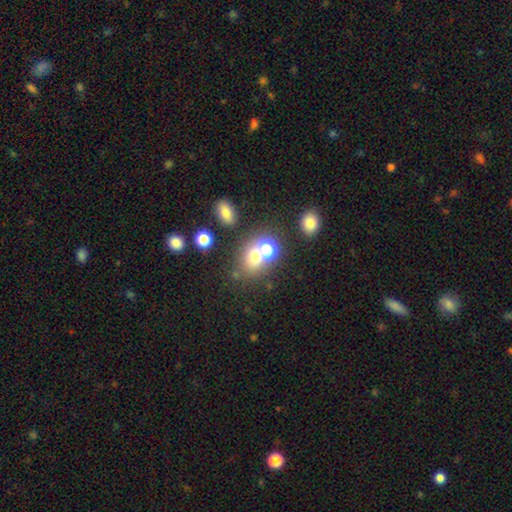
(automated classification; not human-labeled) Morphology: type=smooth (63%); roundness=round (63%); merging=none (51%).